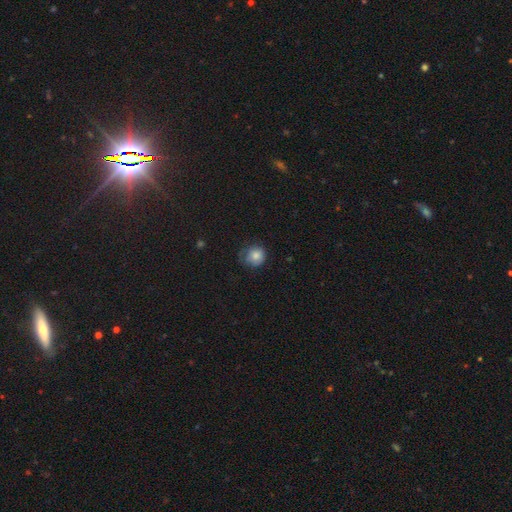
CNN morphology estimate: The model was most divided on "merging": none: 62%, minor disturbance: 27%, major disturbance: 10%, merger: 1%. More confident: how rounded — round (87%); smooth or featured — smooth (80%).